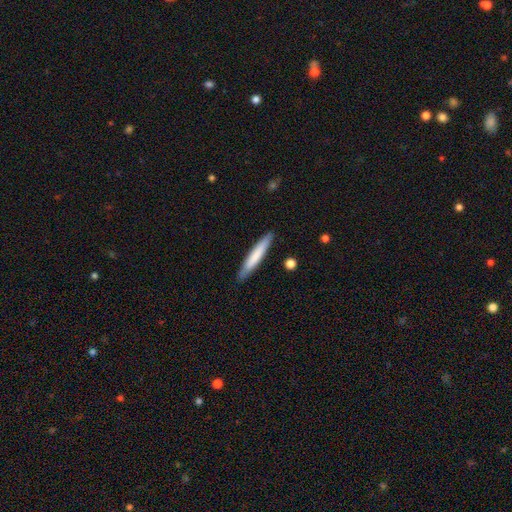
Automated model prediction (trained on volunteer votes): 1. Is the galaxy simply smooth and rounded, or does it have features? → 73% smooth, 22% featured or disk, 5% star or artifact.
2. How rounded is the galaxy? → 93% cigar-shaped, 6% in between, 1% round.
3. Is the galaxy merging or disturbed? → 88% none, 9% minor disturbance, 2% major disturbance, 1% merger.